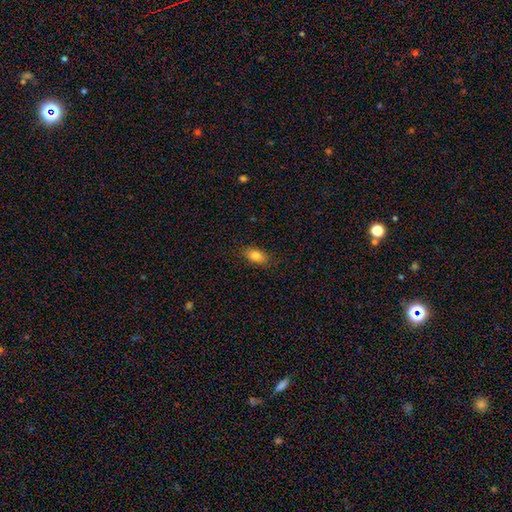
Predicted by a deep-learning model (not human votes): smooth 82%, featured or disk 10%, star or artifact 8%. Down the decision tree: how rounded — in between (87%); merging — none (86%).